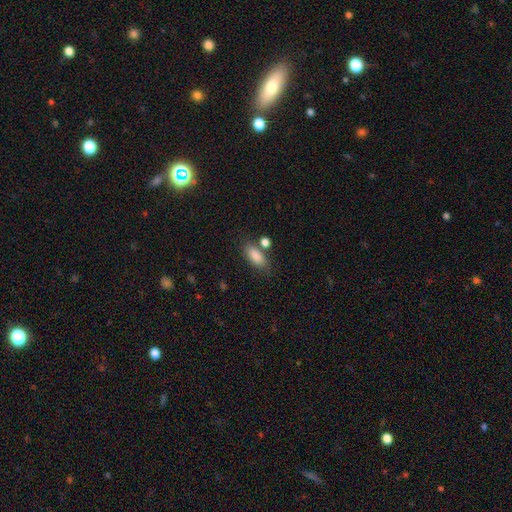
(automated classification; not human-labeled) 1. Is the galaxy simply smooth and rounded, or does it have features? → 86% smooth, 8% star or artifact, 6% featured or disk.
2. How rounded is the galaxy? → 84% in between, 11% cigar-shaped, 5% round.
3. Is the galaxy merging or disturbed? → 66% none, 15% merger, 15% minor disturbance, 5% major disturbance.